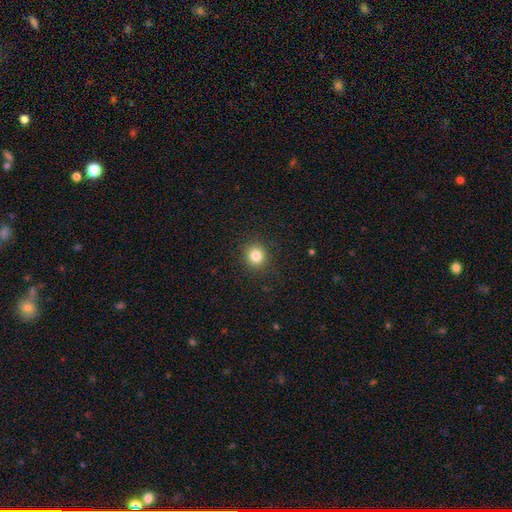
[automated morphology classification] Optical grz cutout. It shows a smooth galaxy with no disk features (83%) that is round (88%). Merging: none (90%).